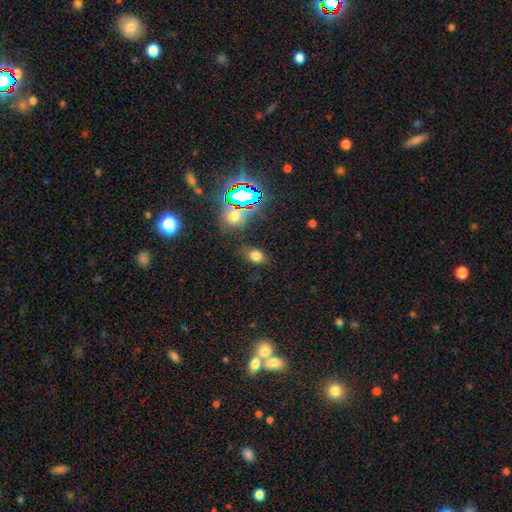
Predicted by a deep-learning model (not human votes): Q: Smooth or featured?
A: smooth (69%); runner-up: star or artifact (23%)
Q: How rounded?
A: in between (70%); runner-up: round (28%)
Q: Merging?
A: none (77%); runner-up: minor disturbance (15%)